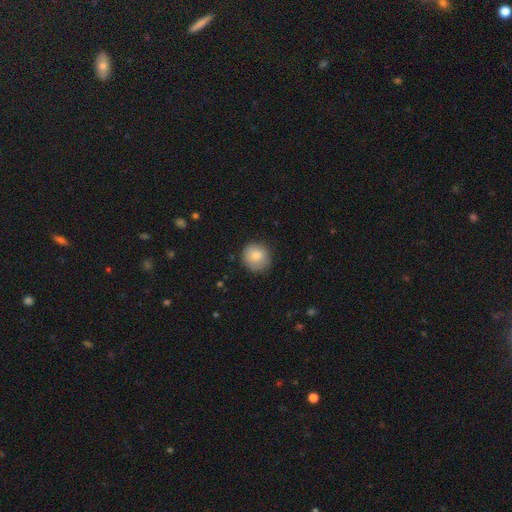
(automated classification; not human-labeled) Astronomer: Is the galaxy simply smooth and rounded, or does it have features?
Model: smooth — 84%.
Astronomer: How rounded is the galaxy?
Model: round — 90%.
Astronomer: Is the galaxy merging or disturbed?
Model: none — 84%.